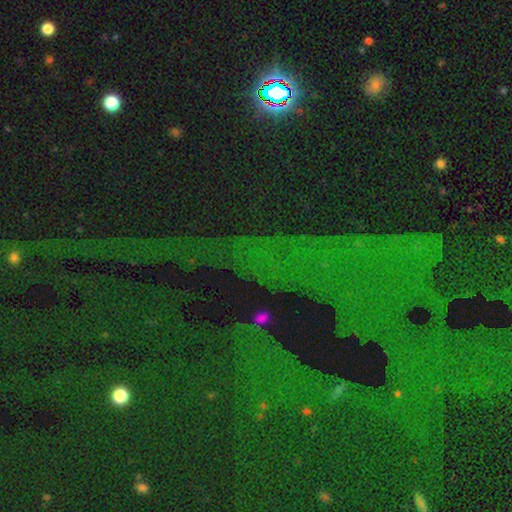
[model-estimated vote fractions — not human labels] Morphology: type=star or artifact (82%).